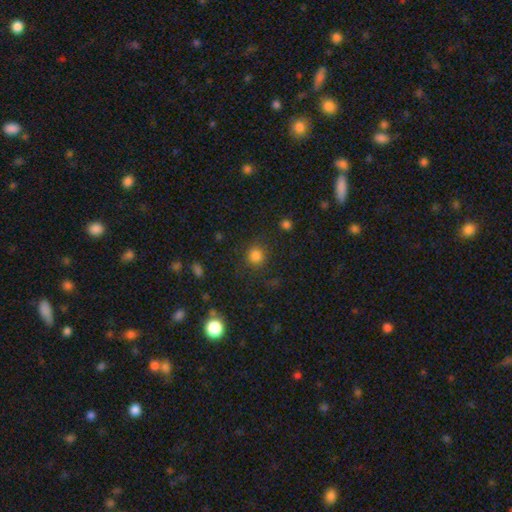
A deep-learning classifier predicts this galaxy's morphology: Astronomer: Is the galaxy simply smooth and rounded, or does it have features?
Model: smooth — 81%.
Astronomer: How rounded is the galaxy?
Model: round — 90%.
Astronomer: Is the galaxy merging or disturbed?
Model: none — 82%.